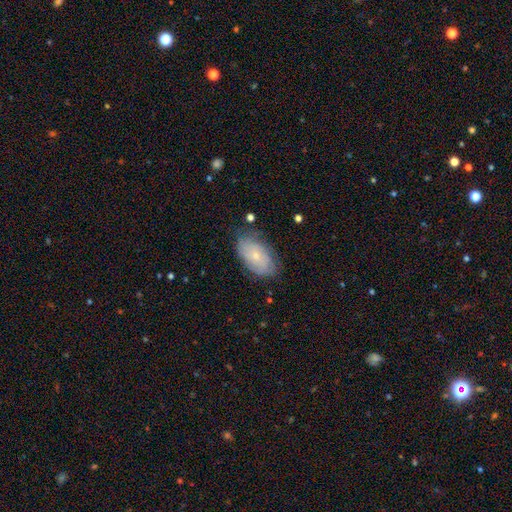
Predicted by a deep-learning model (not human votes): The model was most divided on "smooth or featured": featured or disk: 47%, smooth: 46%, star or artifact: 8%. More confident: merging — none (72%).